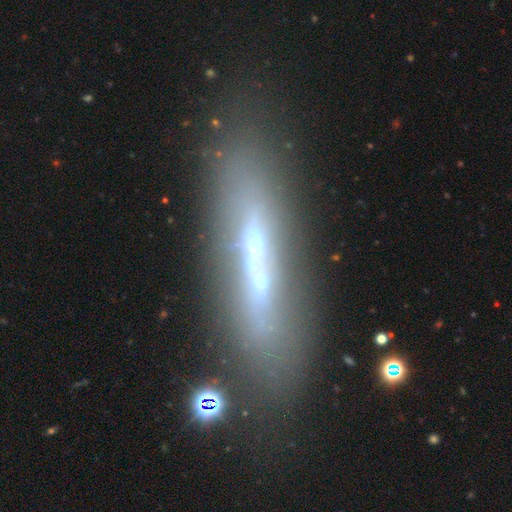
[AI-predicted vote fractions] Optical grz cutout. It shows a featured or disk galaxy (59%) viewed edge-on (61%). Merging: none (68%).